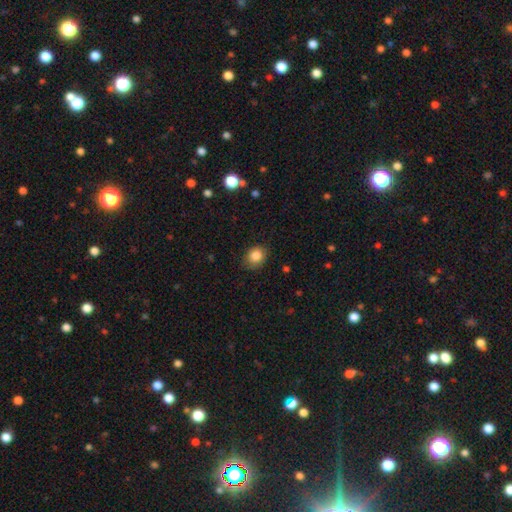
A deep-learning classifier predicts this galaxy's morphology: This is clearly a smooth galaxy (85%). How rounded: likely round (61%). Merging: likely none (79%).